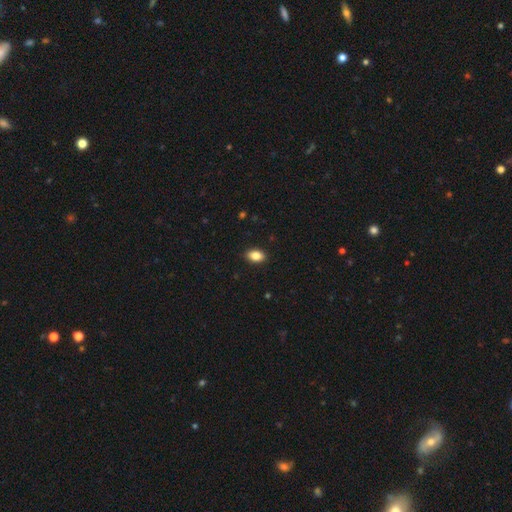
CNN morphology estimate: Overall: smooth (86%). How rounded: in between (87%). Merging: none (90%).